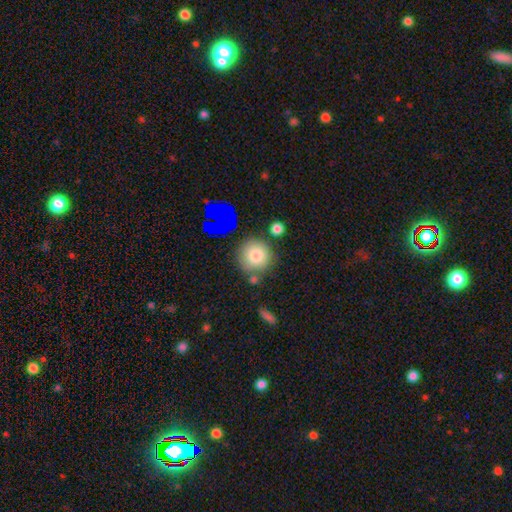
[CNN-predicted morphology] Smooth or featured: smooth — 78% (star or artifact — 13%)
How rounded: round — 93% (in between — 6%)
Merging: none — 74% (minor disturbance — 12%)